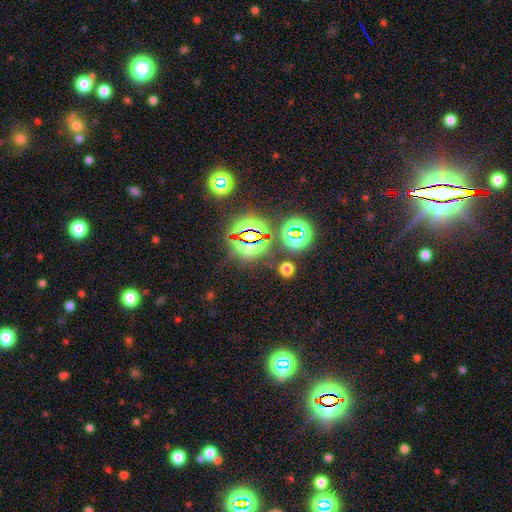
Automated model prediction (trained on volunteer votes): Smooth or featured? Predicted: star or artifact (p=0.81).